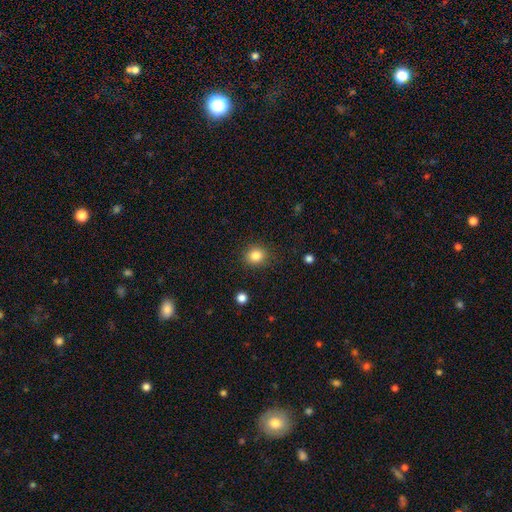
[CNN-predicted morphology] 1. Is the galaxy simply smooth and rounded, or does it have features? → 84% smooth, 11% star or artifact, 5% featured or disk.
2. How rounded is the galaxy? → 81% round, 18% in between, 1% cigar-shaped.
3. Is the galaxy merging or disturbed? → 88% none, 8% minor disturbance, 3% major disturbance, 1% merger.